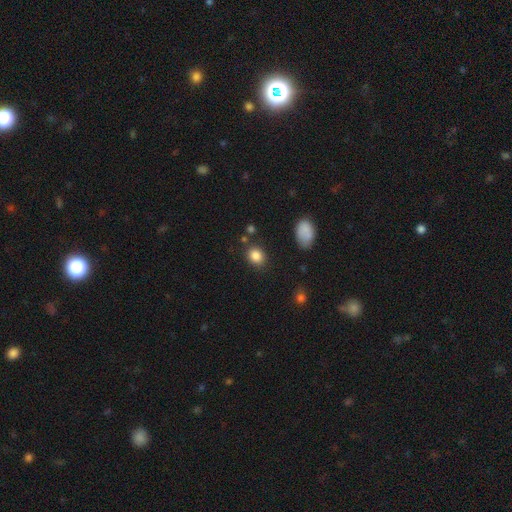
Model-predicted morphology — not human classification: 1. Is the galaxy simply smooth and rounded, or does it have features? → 85% smooth, 10% star or artifact, 5% featured or disk.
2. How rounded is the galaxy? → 55% round, 44% in between, 1% cigar-shaped.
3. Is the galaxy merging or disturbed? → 81% none, 11% minor disturbance, 5% merger, 3% major disturbance.